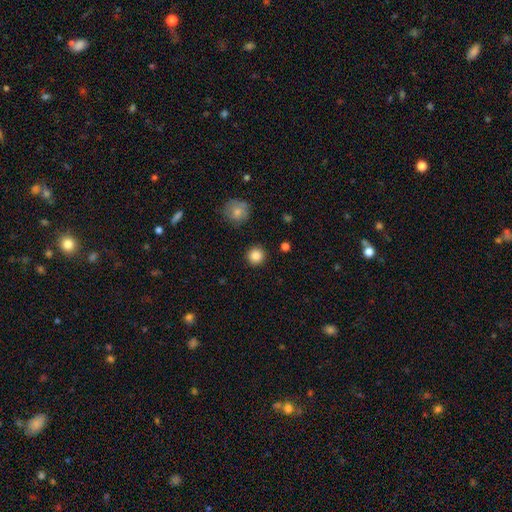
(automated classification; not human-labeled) Smooth or featured: smooth — 86% (star or artifact — 10%)
How rounded: round — 95% (in between — 4%)
Merging: none — 91% (minor disturbance — 5%)